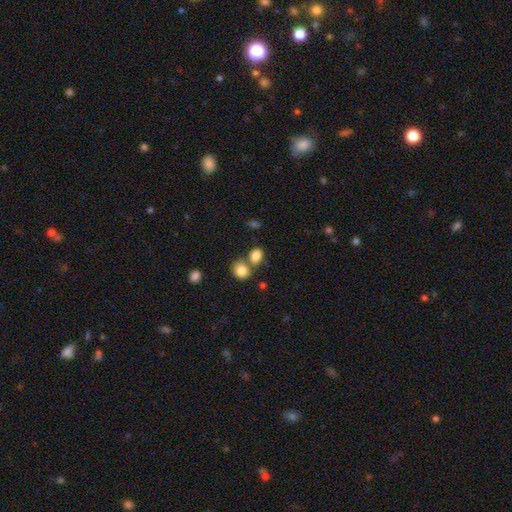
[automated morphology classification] Smooth or featured? smooth (84%)
How rounded? in between (52%)
Merging? none (53%)